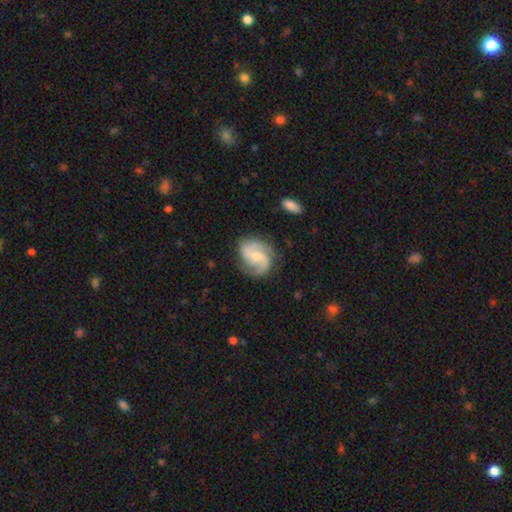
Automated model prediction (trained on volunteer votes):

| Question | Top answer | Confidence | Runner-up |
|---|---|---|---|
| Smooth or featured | featured or disk | 84% | smooth (11%) |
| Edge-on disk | no | 98% | yes (2%) |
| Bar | no | 45% | weak (44%) |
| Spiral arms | yes | 97% | no (3%) |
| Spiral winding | medium | 52% | tight (25%) |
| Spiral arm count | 2 | 83% | 3 (7%) |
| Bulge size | moderate | 49% | small (45%) |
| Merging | none | 76% | minor disturbance (16%) |